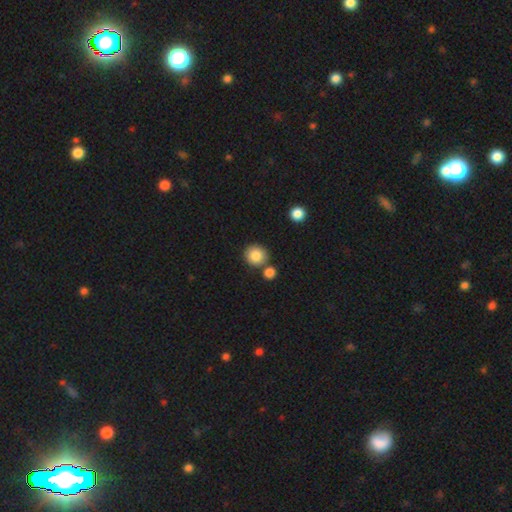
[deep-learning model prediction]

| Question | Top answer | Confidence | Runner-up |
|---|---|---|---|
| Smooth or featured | smooth | 85% | star or artifact (9%) |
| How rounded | round | 87% | in between (12%) |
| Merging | none | 72% | merger (16%) |